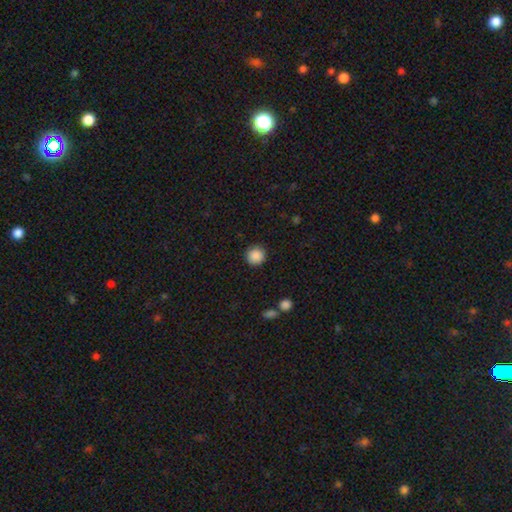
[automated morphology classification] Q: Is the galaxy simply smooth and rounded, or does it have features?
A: smooth — 88%.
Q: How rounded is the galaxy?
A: round — 95%.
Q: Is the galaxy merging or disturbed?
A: none — 91%.